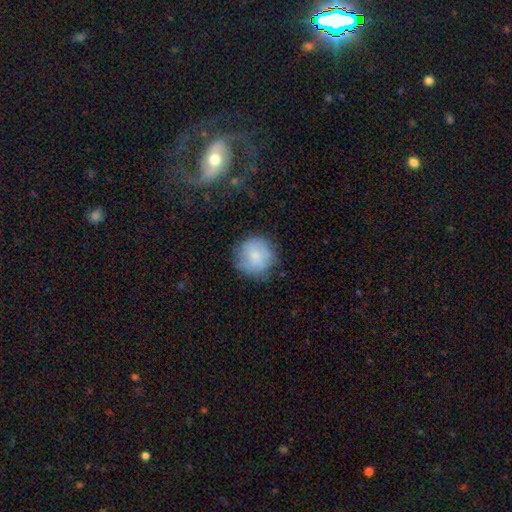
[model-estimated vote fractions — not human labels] smooth-or-featured: smooth: 74% | featured or disk: 19% | star or artifact: 7%
  how-rounded: round: 94% | in between: 5% | cigar-shaped: 1%
  merging: none: 77% | minor disturbance: 16% | major disturbance: 5% | merger: 1%